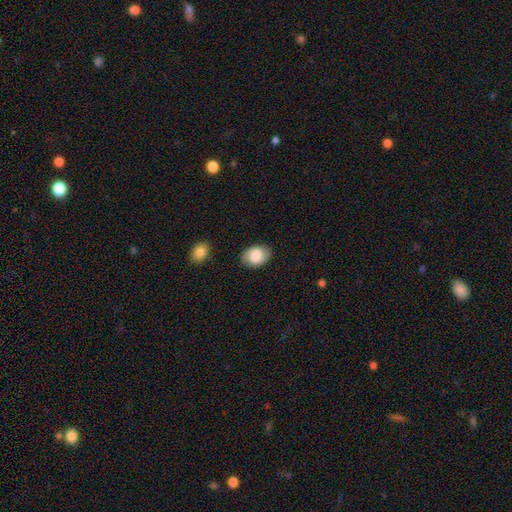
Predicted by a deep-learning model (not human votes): A smooth galaxy with no disk features (72%) that is in between round and cigar-shaped (78%). Merging: none (81%).